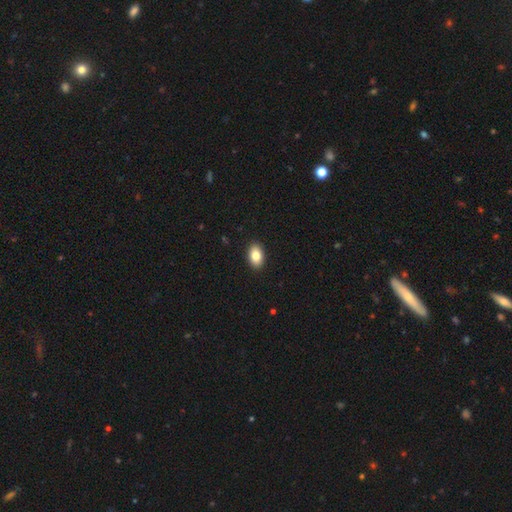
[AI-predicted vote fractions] smooth 83%, featured or disk 9%, star or artifact 8%. Down the decision tree: how rounded — in between (91%); merging — none (91%).